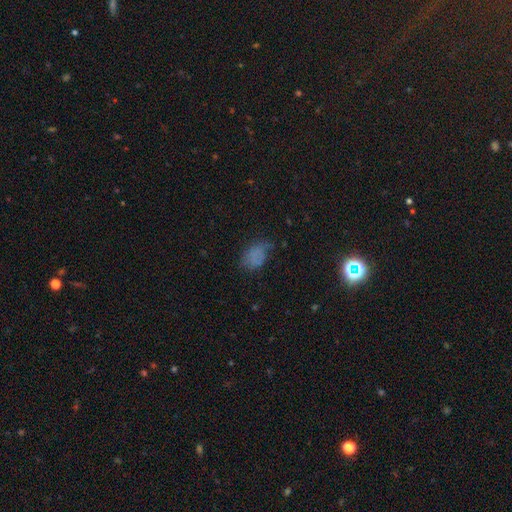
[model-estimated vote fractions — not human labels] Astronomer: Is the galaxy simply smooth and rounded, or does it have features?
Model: smooth — 64%.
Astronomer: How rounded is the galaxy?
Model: in between — 83%.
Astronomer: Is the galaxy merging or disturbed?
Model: none — 47% (runner-up: minor disturbance, 30%).